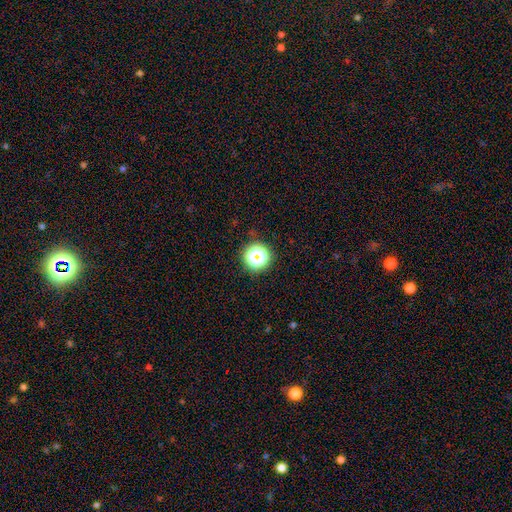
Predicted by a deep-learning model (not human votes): This is possibly a star or artifact rather than a galaxy (52%).